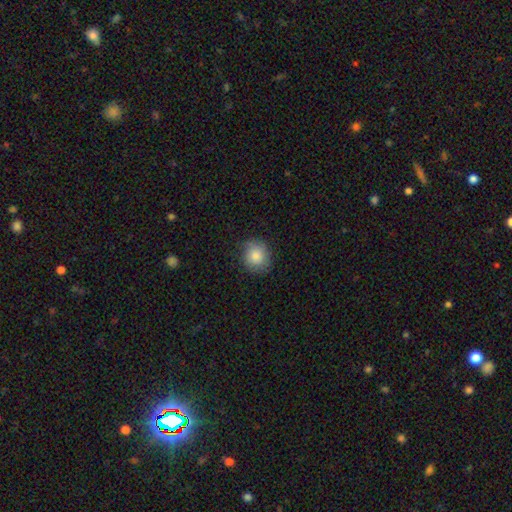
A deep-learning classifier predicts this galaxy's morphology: Smooth or featured? smooth (85%)
How rounded? round (84%)
Merging? none (81%)